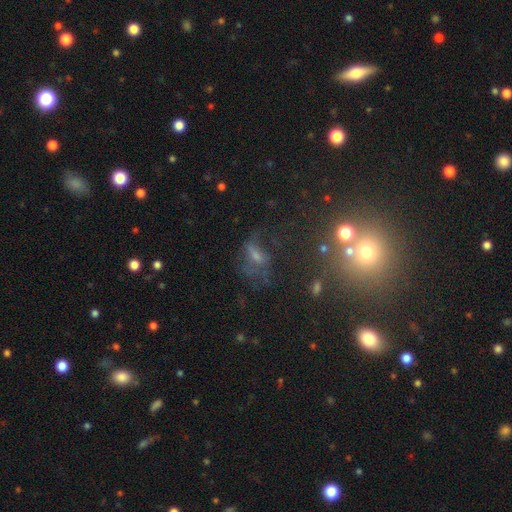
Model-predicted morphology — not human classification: type=featured or disk (40%); merging=none (40%).